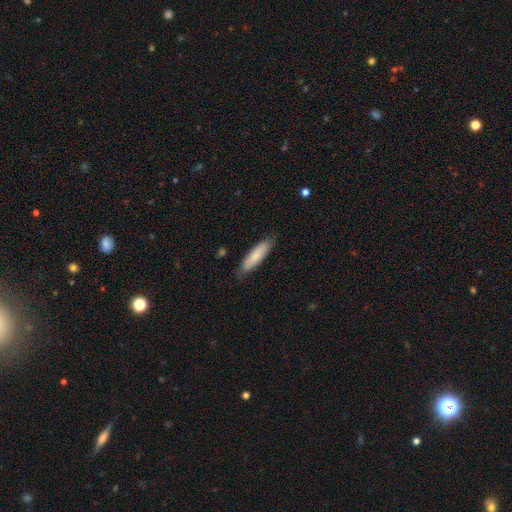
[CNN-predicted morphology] Smooth or featured? Predicted: smooth (p=0.78). How rounded? Predicted: cigar-shaped (p=0.67). Merging? Predicted: none (p=0.82).